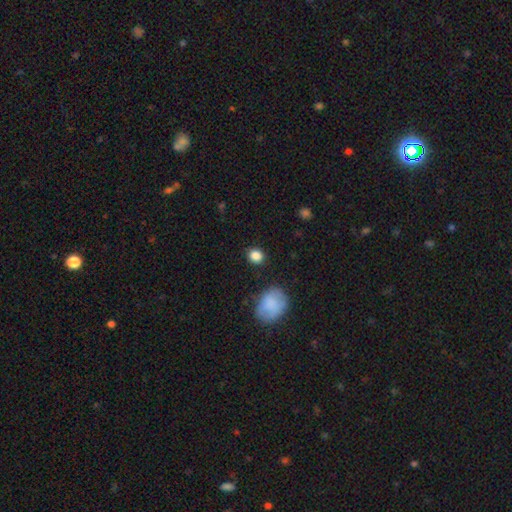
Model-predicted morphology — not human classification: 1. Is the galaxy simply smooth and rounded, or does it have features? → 86% smooth, 10% star or artifact, 5% featured or disk.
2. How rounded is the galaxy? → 75% round, 24% in between, 1% cigar-shaped.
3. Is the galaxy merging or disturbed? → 84% none, 10% minor disturbance, 3% major disturbance, 2% merger.